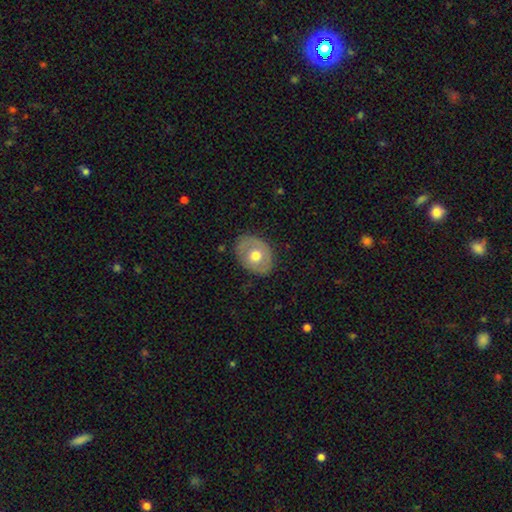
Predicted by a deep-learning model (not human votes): The model was most divided on "smooth or featured": smooth: 54%, featured or disk: 40%, star or artifact: 6%. More confident: merging — none (78%); how rounded — in between (61%).